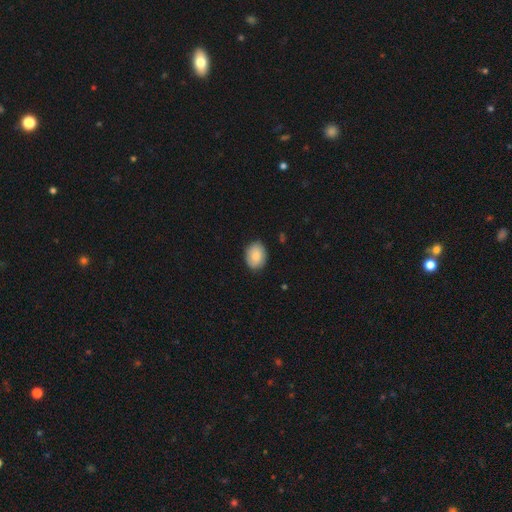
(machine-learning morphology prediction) Smooth or featured? smooth (86%)
How rounded? in between (67%)
Merging? none (85%)